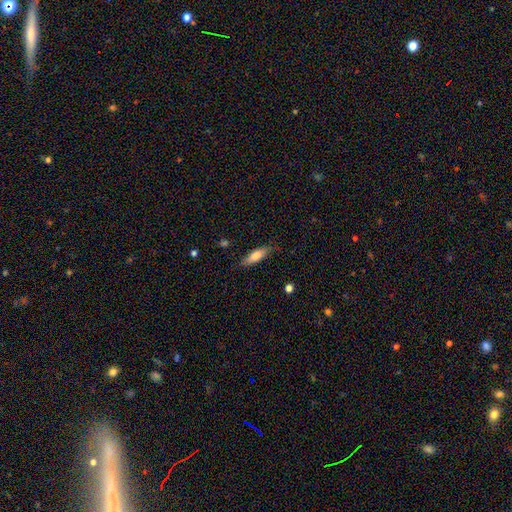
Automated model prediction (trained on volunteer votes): Overall: smooth (74%). How rounded: in between (53%; cigar-shaped 45%). Merging: none (78%).